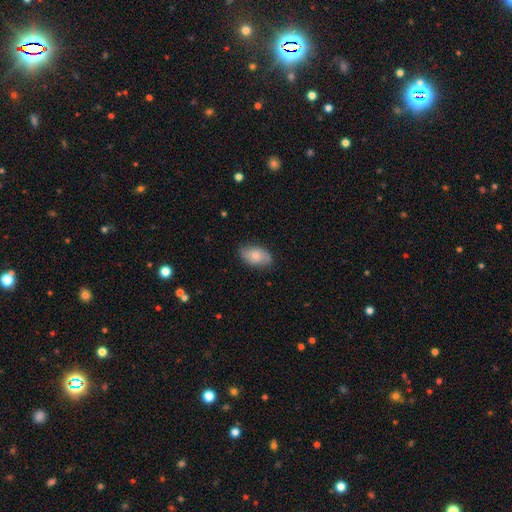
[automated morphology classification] smooth_or_featured: smooth (p=0.73) [alt: featured or disk p=0.21]
how_rounded: in between (p=0.93) [alt: round p=0.05]
merging: none (p=0.78) [alt: minor disturbance p=0.17]